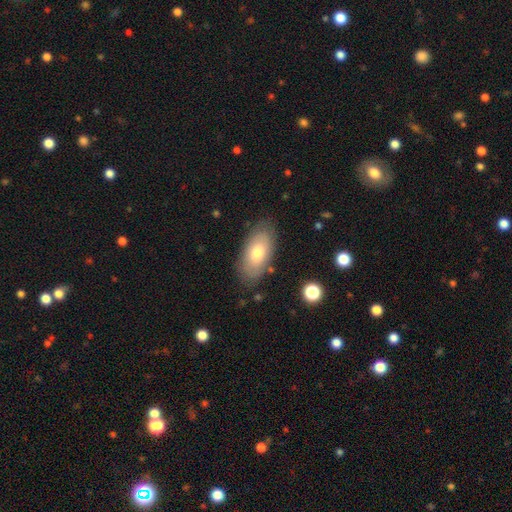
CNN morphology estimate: The model was most divided on "smooth or featured": smooth: 69%, featured or disk: 24%, star or artifact: 7%. More confident: how rounded — in between (93%); merging — none (79%).